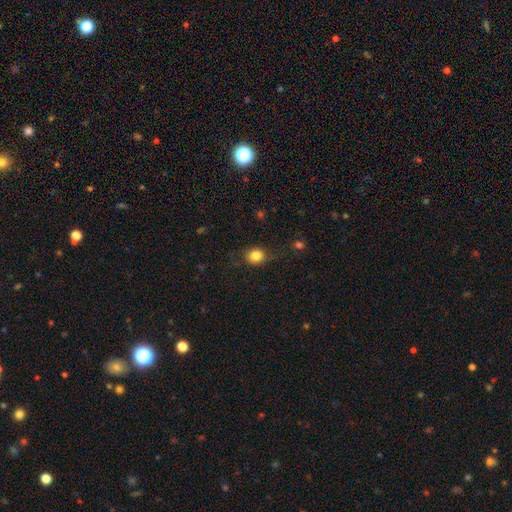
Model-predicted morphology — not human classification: smooth 82%, star or artifact 11%, featured or disk 7%. Down the decision tree: how rounded — round (74%); merging — none (75%).